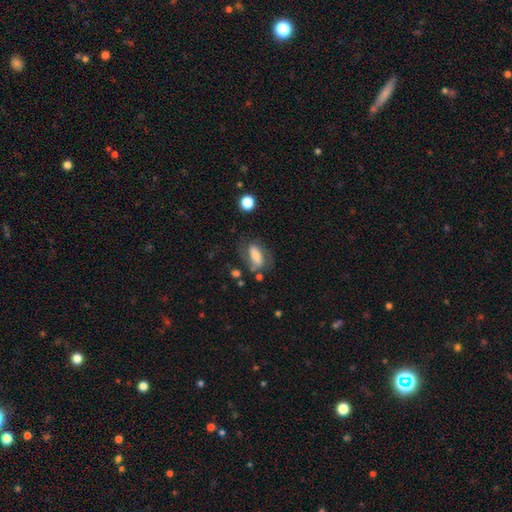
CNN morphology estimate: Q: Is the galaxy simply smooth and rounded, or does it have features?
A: smooth — 50%.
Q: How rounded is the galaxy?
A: in between — 82%.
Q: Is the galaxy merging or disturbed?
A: none — 57%.